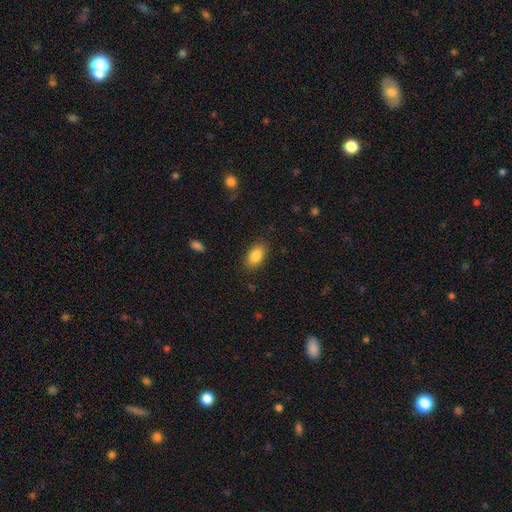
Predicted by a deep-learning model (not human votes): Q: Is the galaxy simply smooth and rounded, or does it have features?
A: smooth — 86%.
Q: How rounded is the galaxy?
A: in between — 91%.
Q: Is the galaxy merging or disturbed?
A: none — 86%.